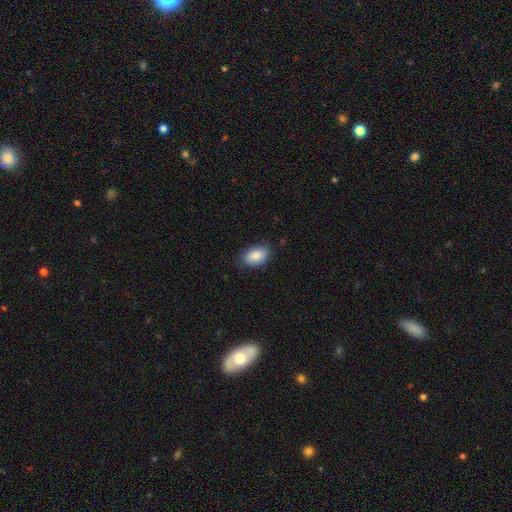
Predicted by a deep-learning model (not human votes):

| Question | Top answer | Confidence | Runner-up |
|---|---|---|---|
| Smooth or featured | smooth | 84% | featured or disk (9%) |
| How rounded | in between | 89% | round (10%) |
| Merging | none | 73% | minor disturbance (22%) |